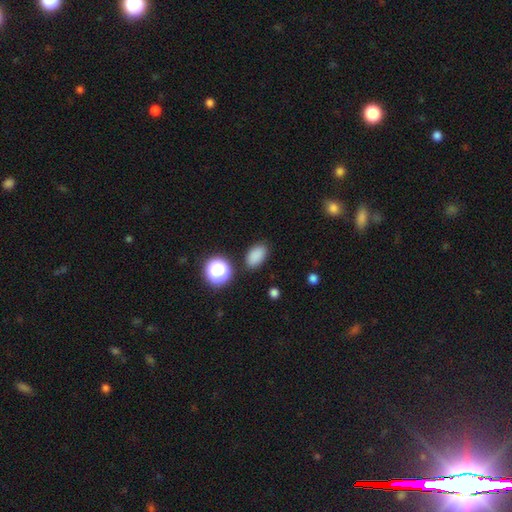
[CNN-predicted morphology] A smooth galaxy with no disk features (84%) that is in between round and cigar-shaped (87%). Merging: none (85%).